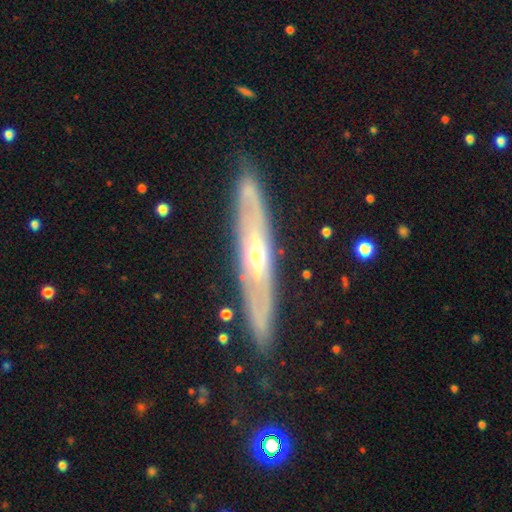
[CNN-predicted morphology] smooth_or_featured: featured or disk (p=0.78) [alt: smooth p=0.16]
disk_edge_on: yes (p=0.57) [alt: no p=0.43]
merging: none (p=0.85) [alt: minor disturbance p=0.11]